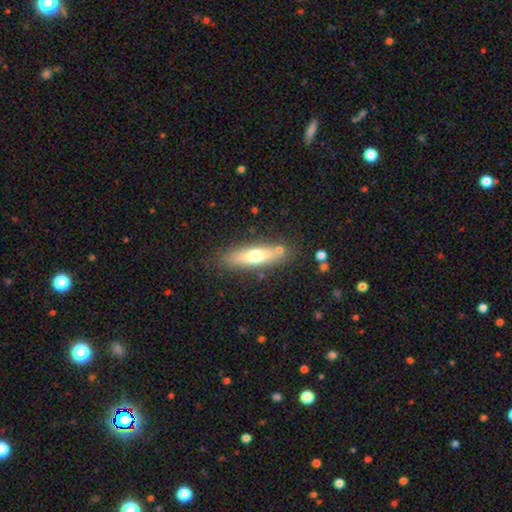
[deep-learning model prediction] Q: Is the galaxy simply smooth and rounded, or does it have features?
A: smooth — 61%.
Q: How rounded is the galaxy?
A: cigar-shaped — 58%.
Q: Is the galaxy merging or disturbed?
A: none — 79%.